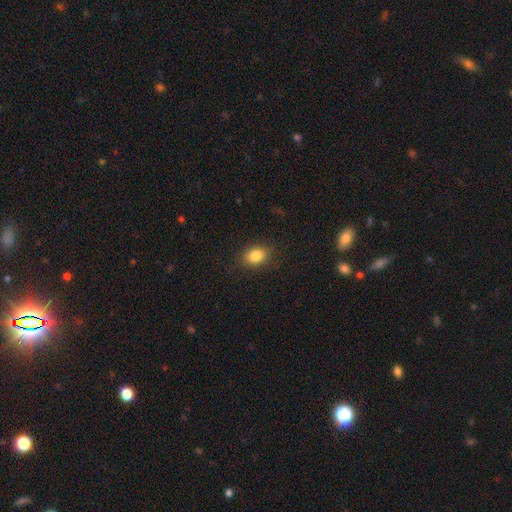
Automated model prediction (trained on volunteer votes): smooth_or_featured: smooth (p=0.84) [alt: star or artifact p=0.09]
how_rounded: in between (p=0.75) [alt: round p=0.23]
merging: none (p=0.86) [alt: minor disturbance p=0.10]